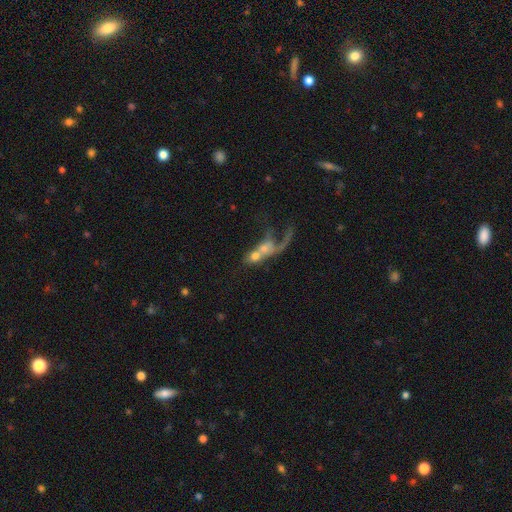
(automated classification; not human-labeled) Smooth or featured? Predicted: smooth (p=0.46). Merging? Predicted: merger (p=0.70).